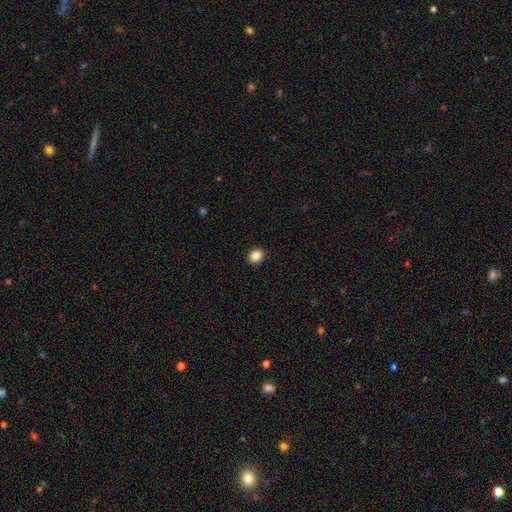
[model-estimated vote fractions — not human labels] Smooth or featured: smooth — 87% (star or artifact — 10%)
How rounded: round — 66% (in between — 33%)
Merging: none — 92% (minor disturbance — 5%)